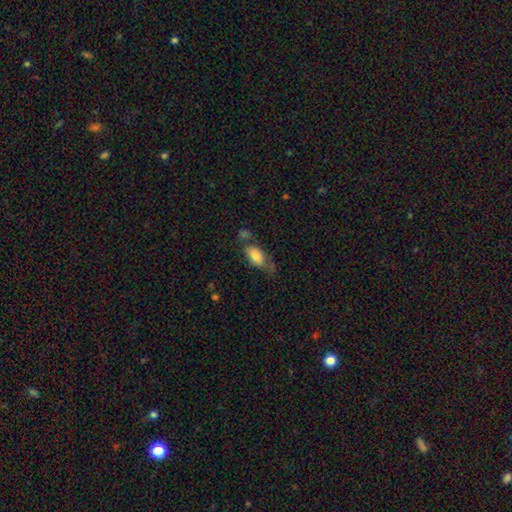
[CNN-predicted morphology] This appears to be a smooth galaxy with no disk features (74%) that is in between round and cigar-shaped (88%). Merging: none (40%).